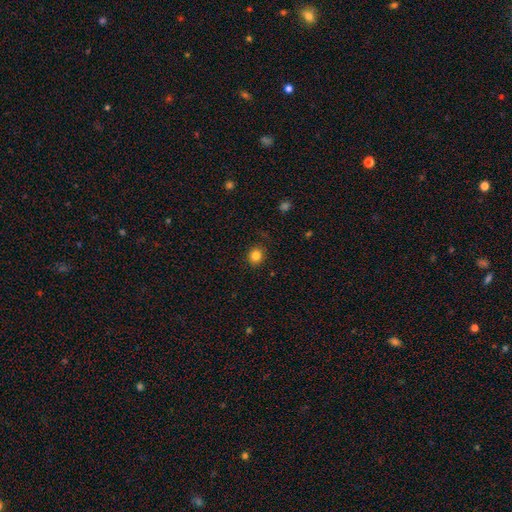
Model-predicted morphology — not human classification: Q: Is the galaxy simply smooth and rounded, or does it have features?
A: smooth — 83%.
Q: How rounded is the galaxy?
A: round — 80%.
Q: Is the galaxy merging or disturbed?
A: none — 88%.